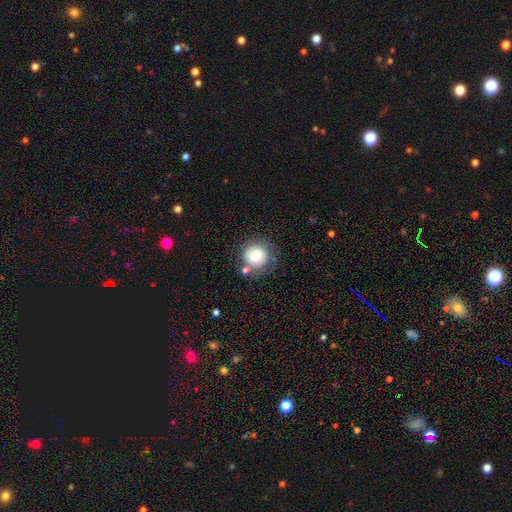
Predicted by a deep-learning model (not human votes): smooth 73%, featured or disk 17%, star or artifact 9%. Down the decision tree: how rounded — round (92%); merging — none (66%).